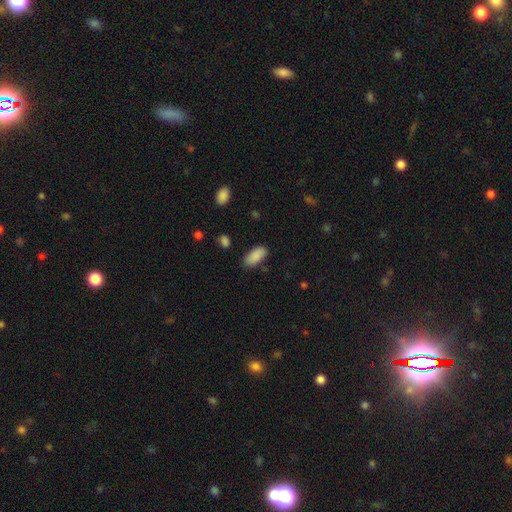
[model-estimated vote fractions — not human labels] smooth_or_featured: smooth (p=0.89) [alt: star or artifact p=0.07]
how_rounded: in between (p=0.89) [alt: cigar-shaped p=0.09]
merging: none (p=0.82) [alt: minor disturbance p=0.13]